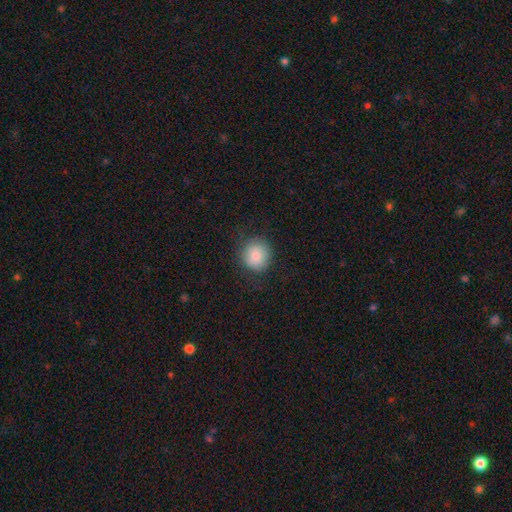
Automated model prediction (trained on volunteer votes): Smooth or featured? Predicted: smooth (p=0.86). How rounded? Predicted: round (p=0.86). Merging? Predicted: none (p=0.80).